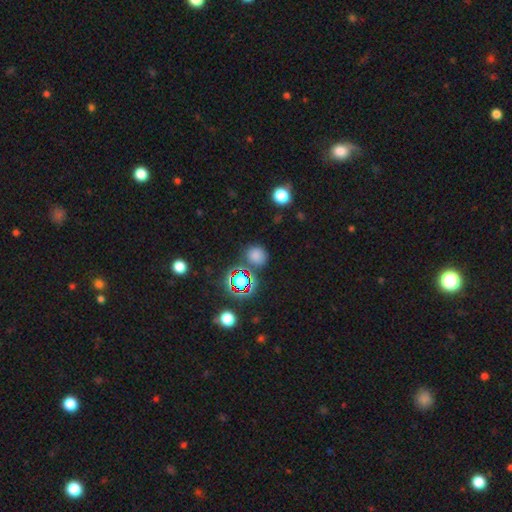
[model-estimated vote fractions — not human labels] This is likely a smooth galaxy (68%). How rounded: clearly round (83%). Merging: likely none (77%).